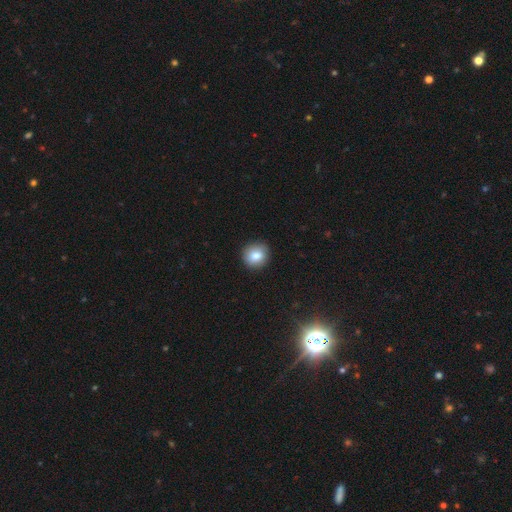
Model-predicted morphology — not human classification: This appears to be a smooth galaxy with no disk features (83%) that is round (86%). Merging: none (89%).